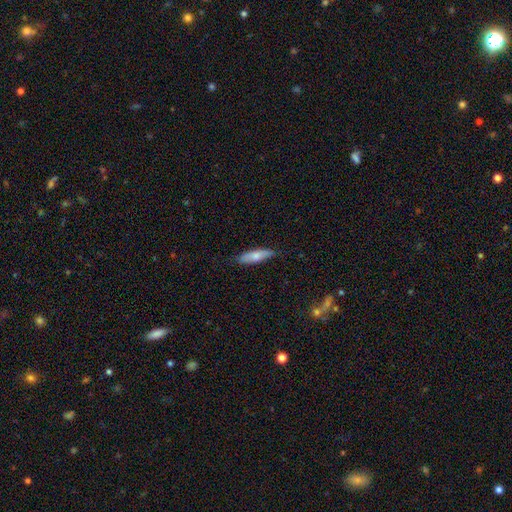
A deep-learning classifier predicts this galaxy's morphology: Smooth or featured? Predicted: smooth (p=0.71). How rounded? Predicted: cigar-shaped (p=0.63). Merging? Predicted: none (p=0.80).